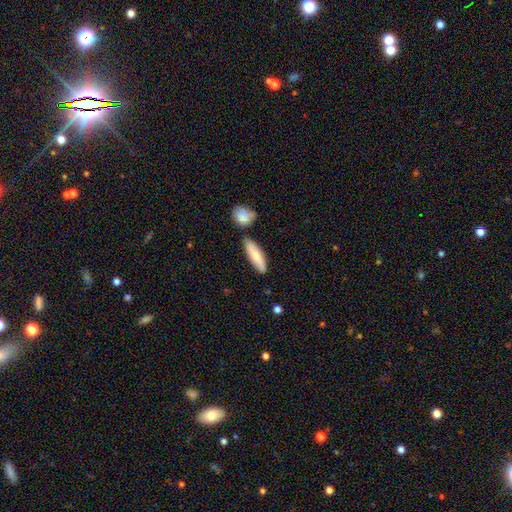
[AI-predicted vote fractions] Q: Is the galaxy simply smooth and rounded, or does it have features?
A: smooth — 75%.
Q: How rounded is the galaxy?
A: cigar-shaped — 52%.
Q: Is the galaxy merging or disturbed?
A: none — 75%.